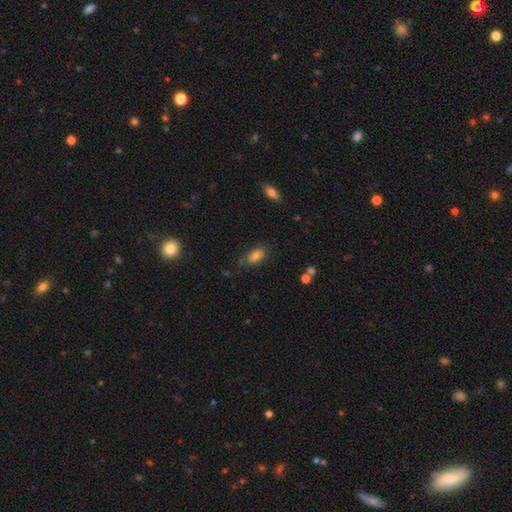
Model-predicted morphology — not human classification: A smooth galaxy with no disk features (79%) that is in between round and cigar-shaped (89%). Merging: none (69%).